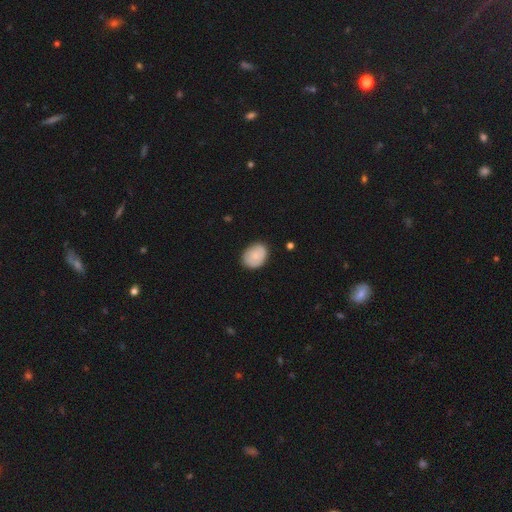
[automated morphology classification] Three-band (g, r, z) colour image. It shows a smooth galaxy with no disk features (78%) that is in between round and cigar-shaped (66%). Merging: none (81%).